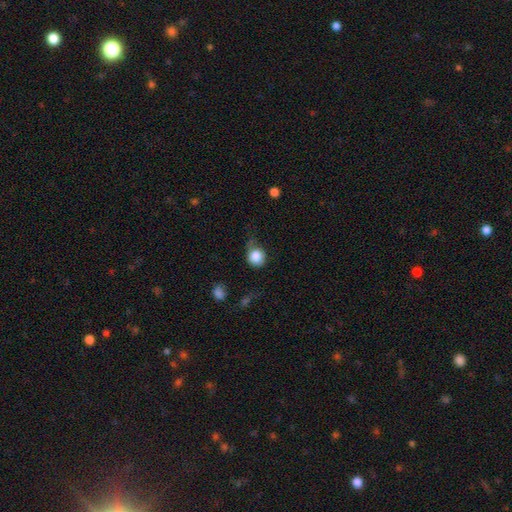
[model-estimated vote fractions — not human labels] This appears to be a smooth galaxy with no disk features (82%) that is round (79%). Merging: none (42%).